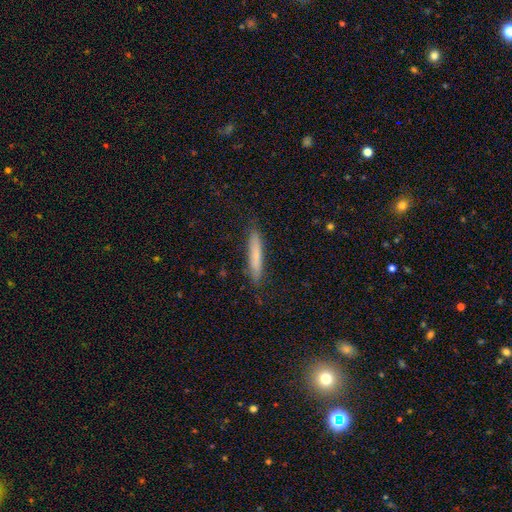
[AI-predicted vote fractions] A smooth galaxy with no disk features (72%) that is cigar-shaped (94%).

Vote fractions:
- Smooth or featured? smooth: 72% / featured or disk: 22% / star or artifact: 7%
- How rounded? cigar-shaped: 94% / in between: 5% / round: 1%
- Merging? none: 86% / minor disturbance: 10% / major disturbance: 2% / merger: 1%